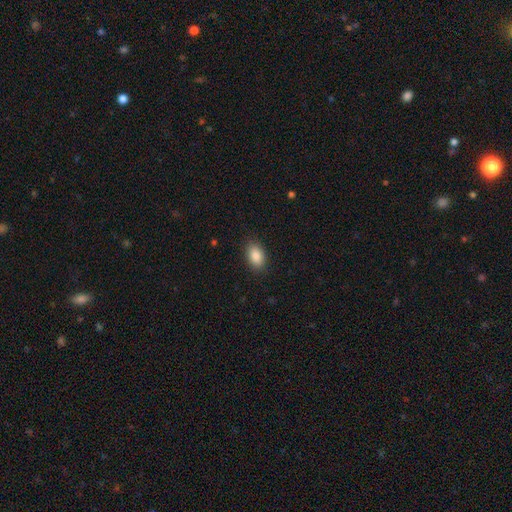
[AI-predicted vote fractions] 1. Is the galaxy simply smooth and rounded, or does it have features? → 88% smooth, 7% star or artifact, 5% featured or disk.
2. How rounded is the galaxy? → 90% in between, 8% round, 2% cigar-shaped.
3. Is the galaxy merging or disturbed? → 88% none, 9% minor disturbance, 2% major disturbance, 1% merger.